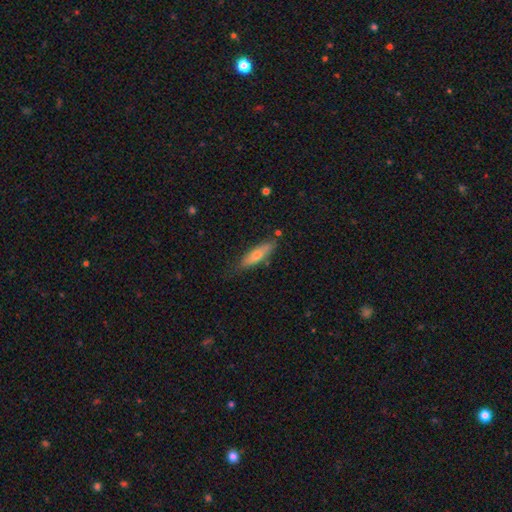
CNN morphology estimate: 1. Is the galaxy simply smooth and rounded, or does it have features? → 59% smooth, 35% featured or disk, 7% star or artifact.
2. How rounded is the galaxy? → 72% cigar-shaped, 26% in between, 2% round.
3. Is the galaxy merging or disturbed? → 78% none, 16% minor disturbance, 3% major disturbance, 2% merger.